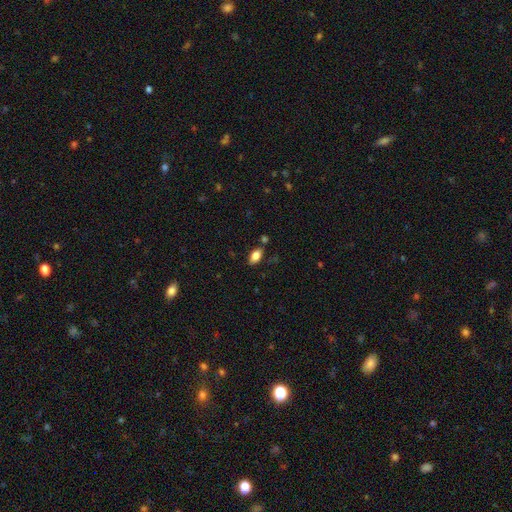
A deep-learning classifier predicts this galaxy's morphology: A smooth galaxy with no disk features (79%) that is in between round and cigar-shaped (90%). Merging: none (79%).